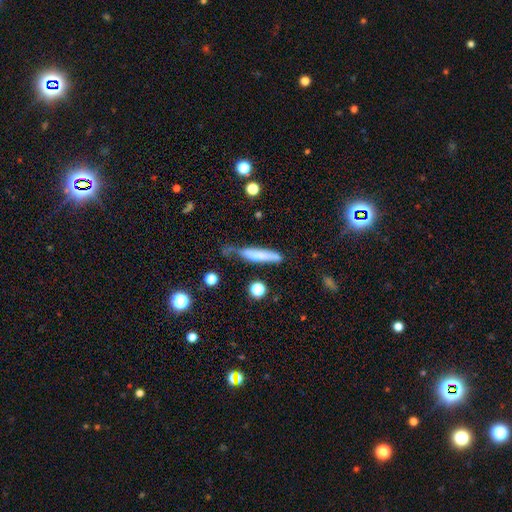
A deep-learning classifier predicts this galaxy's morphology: Q: Smooth or featured?
A: smooth (63%); runner-up: featured or disk (30%)
Q: How rounded?
A: cigar-shaped (84%); runner-up: in between (15%)
Q: Merging?
A: none (45%); runner-up: minor disturbance (32%)